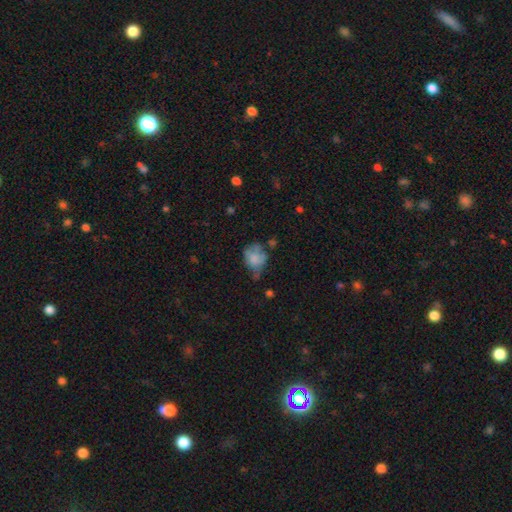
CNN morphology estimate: Smooth or featured: smooth — 62% (featured or disk — 27%)
How rounded: round — 50% (in between — 49%)
Merging: minor disturbance — 34% (none — 31%)